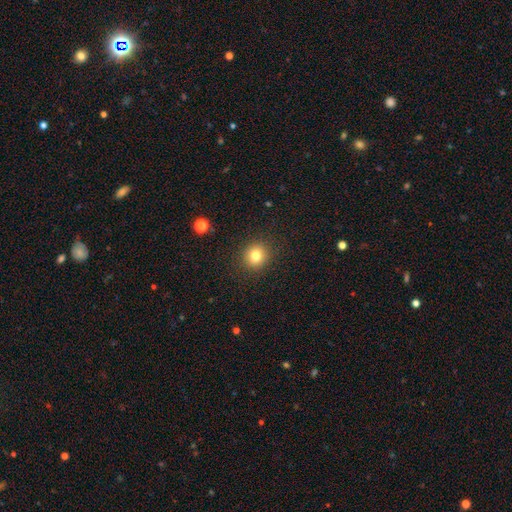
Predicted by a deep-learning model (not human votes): Morphology: type=smooth (80%); roundness=round (86%); merging=none (90%).